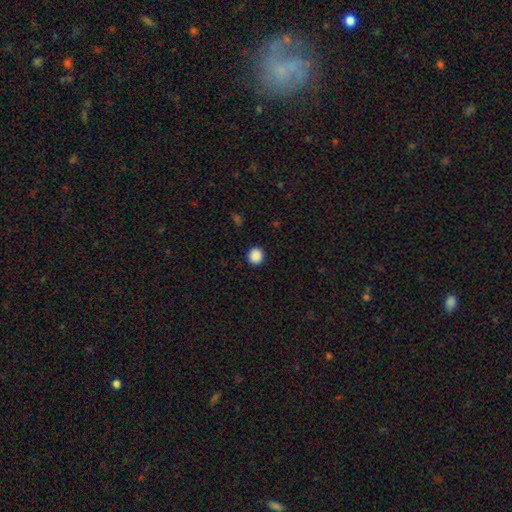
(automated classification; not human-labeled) Smooth or featured? smooth (89%)
How rounded? round (91%)
Merging? none (92%)